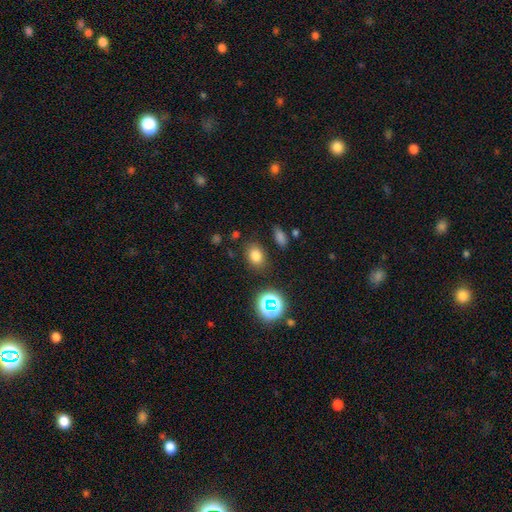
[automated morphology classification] Smooth or featured? smooth (75%)
How rounded? in between (63%)
Merging? none (82%)